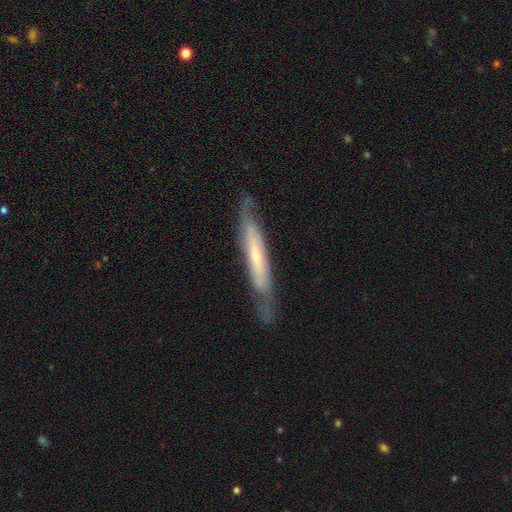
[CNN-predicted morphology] type=featured or disk (68%); edge-on=yes (57%); merging=none (72%).